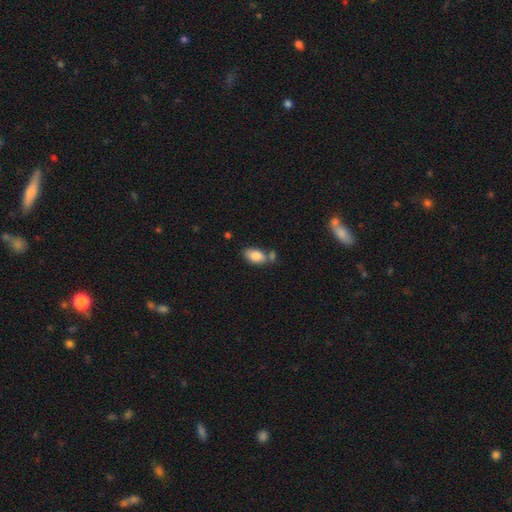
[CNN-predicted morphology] Smooth or featured? smooth (84%)
How rounded? in between (93%)
Merging? none (56%)